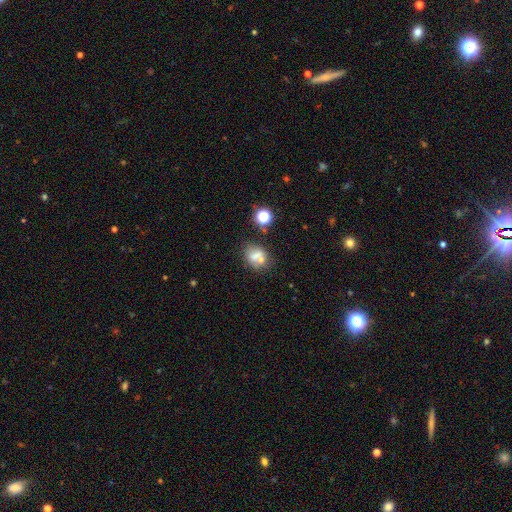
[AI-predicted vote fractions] Smooth or featured: smooth — 63% (featured or disk — 21%)
How rounded: round — 59% (in between — 39%)
Merging: none — 51% (merger — 29%)